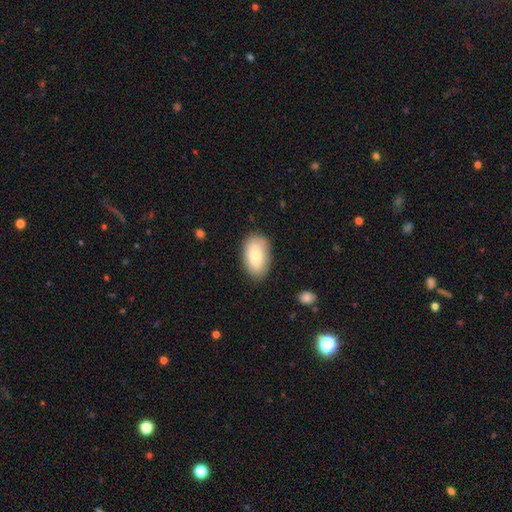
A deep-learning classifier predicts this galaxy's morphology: A smooth galaxy with no disk features (77%) that is in between round and cigar-shaped (92%). Merging: none (80%).